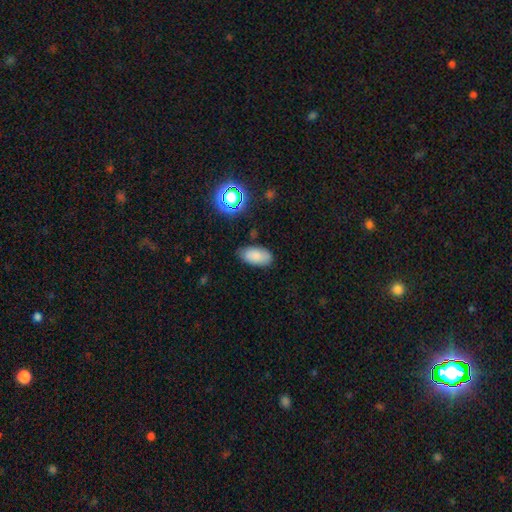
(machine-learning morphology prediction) Smooth or featured?
  - smooth: 83% *
  - star or artifact: 10%
  - featured or disk: 7%
How rounded?
  - in between: 93% *
  - cigar-shaped: 4%
  - round: 3%
Merging?
  - none: 81% *
  - minor disturbance: 14%
  - major disturbance: 3%
  - merger: 2%